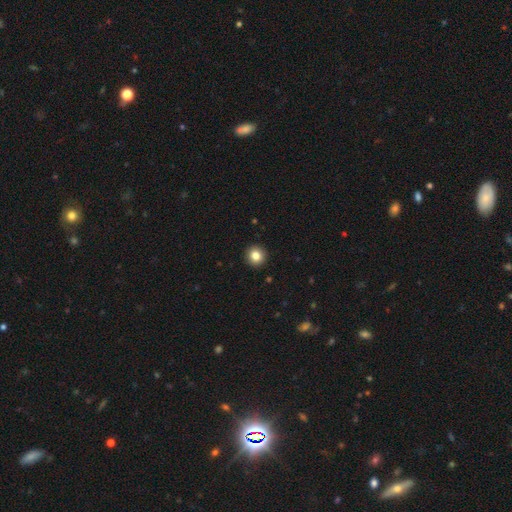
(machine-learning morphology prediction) type=smooth (83%); roundness=round (93%); merging=none (93%).